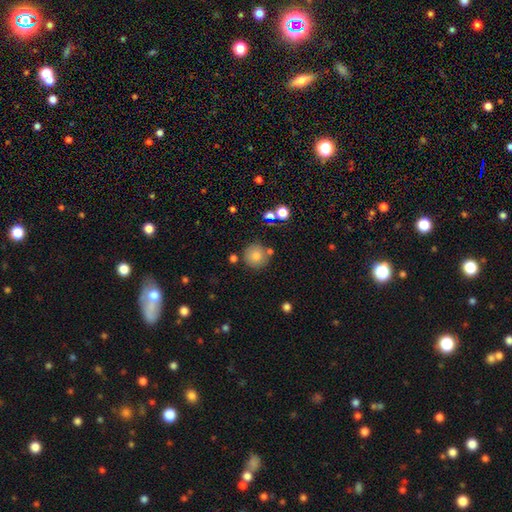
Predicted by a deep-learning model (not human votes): smooth 79%, star or artifact 11%, featured or disk 10%. Down the decision tree: how rounded — round (94%); merging — none (77%).